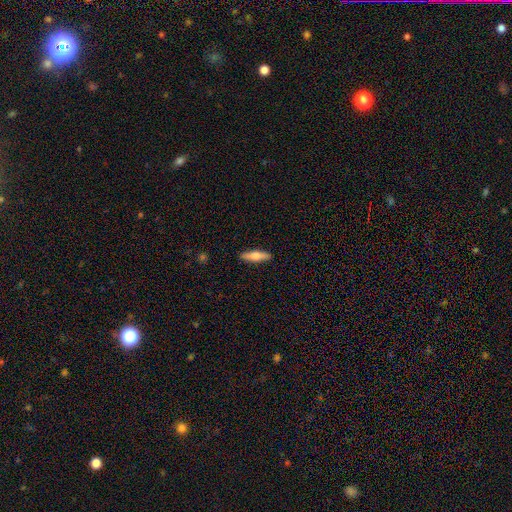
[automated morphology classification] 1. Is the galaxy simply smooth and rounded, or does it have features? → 66% smooth, 28% featured or disk, 6% star or artifact.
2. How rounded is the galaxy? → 68% cigar-shaped, 30% in between, 2% round.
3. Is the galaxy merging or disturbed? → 89% none, 8% minor disturbance, 2% major disturbance, 1% merger.